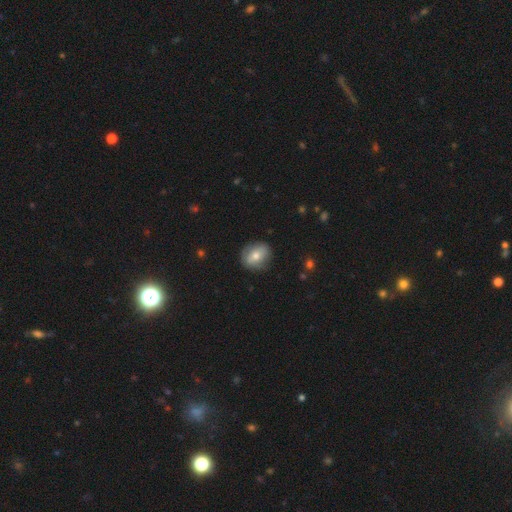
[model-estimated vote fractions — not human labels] Smooth or featured? Predicted: smooth (p=0.60). How rounded? Predicted: round (p=0.55). Merging? Predicted: none (p=0.76).